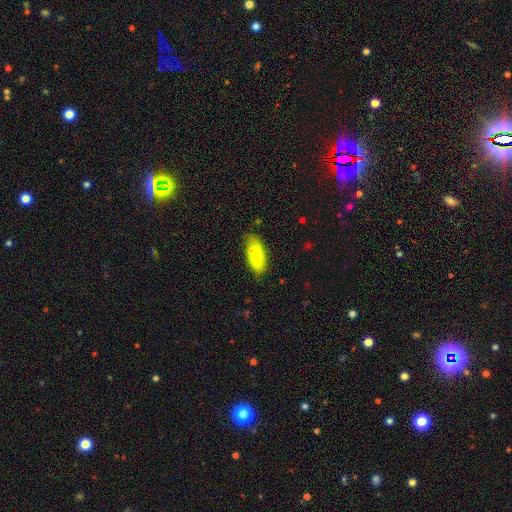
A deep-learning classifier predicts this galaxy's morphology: This appears to be a smooth galaxy with no disk features (71%) that is in between round and cigar-shaped (88%). Merging: none (60%).